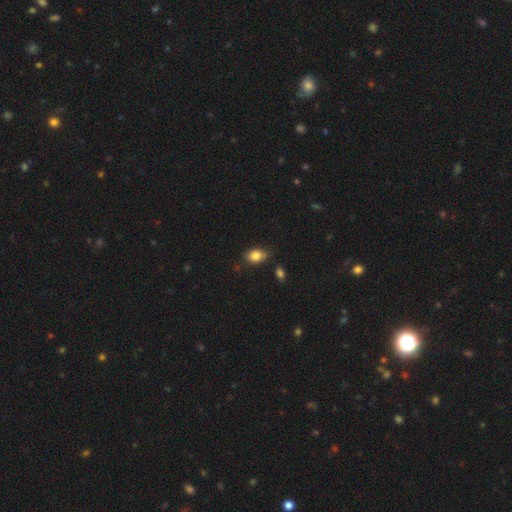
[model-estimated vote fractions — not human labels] smooth_or_featured: smooth (p=0.81) [alt: featured or disk p=0.10]
how_rounded: in between (p=0.76) [alt: round p=0.21]
merging: none (p=0.66) [alt: minor disturbance p=0.25]